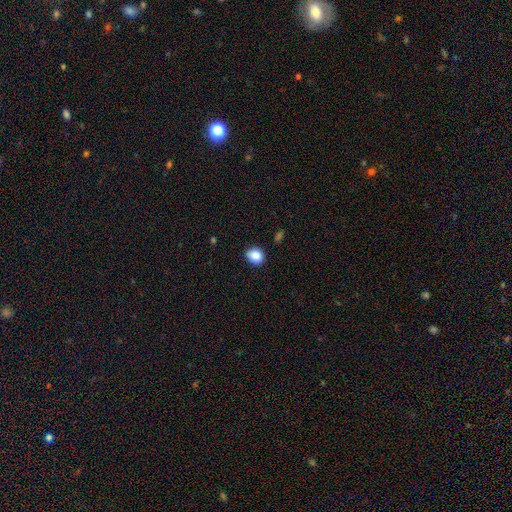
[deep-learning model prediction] smooth 85%, star or artifact 10%, featured or disk 5%. Down the decision tree: how rounded — round (72%); merging — none (82%).